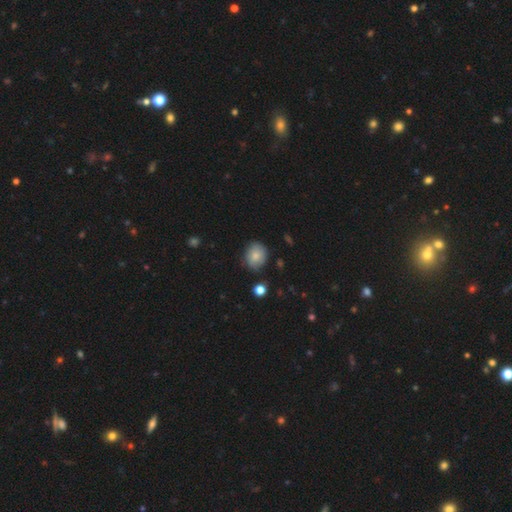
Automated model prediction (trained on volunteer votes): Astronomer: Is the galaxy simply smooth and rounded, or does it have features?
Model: smooth — 80%.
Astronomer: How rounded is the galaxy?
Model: round — 63%.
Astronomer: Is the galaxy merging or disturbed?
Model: none — 77%.